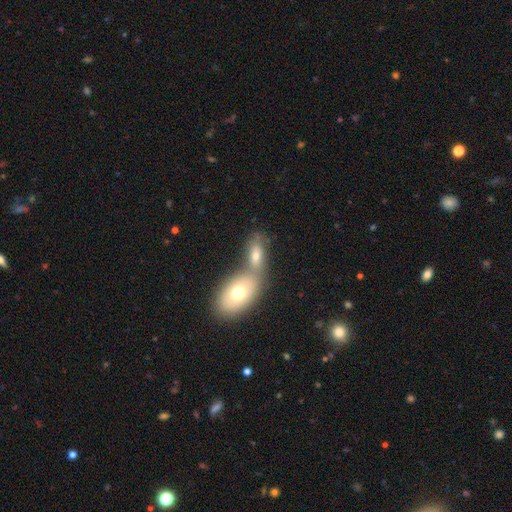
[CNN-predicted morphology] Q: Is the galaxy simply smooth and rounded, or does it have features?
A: smooth — 62%.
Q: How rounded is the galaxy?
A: in between — 86%.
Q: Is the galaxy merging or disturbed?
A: merger — 54%.